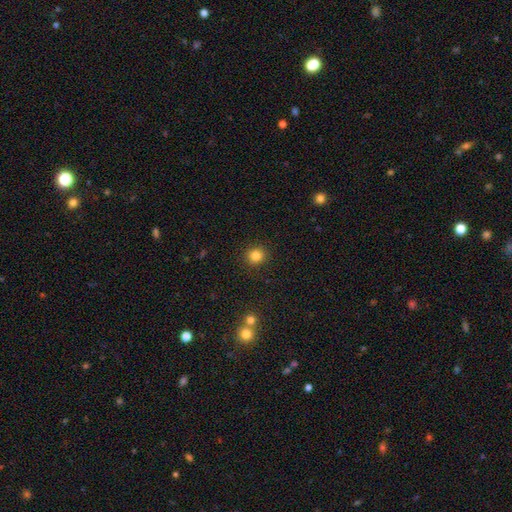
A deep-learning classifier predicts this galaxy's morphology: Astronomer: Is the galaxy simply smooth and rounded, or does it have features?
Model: smooth — 83%.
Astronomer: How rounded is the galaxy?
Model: round — 91%.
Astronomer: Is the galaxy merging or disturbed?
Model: none — 91%.